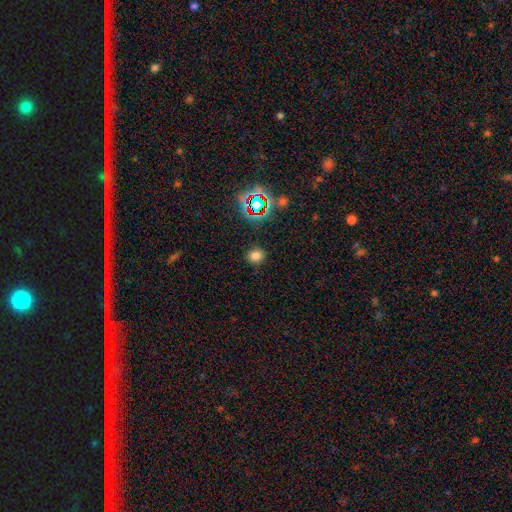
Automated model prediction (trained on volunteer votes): smooth 73%, star or artifact 21%, featured or disk 6%. Down the decision tree: how rounded — round (74%); merging — none (87%).